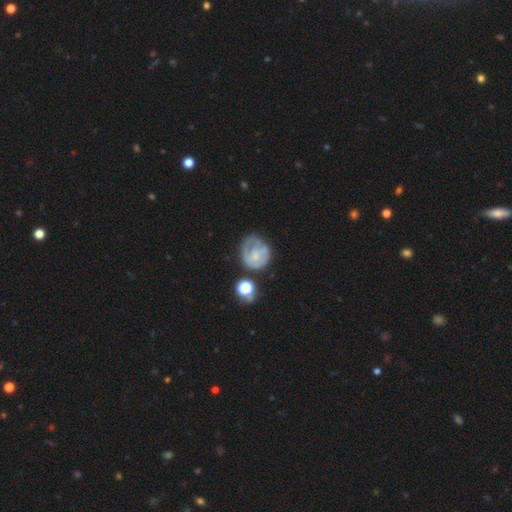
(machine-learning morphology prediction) This appears to be a featured or disk galaxy (56%) with no bar (74%), spiral arms (57%) and a small central bulge (44%). Merging: none (48%).